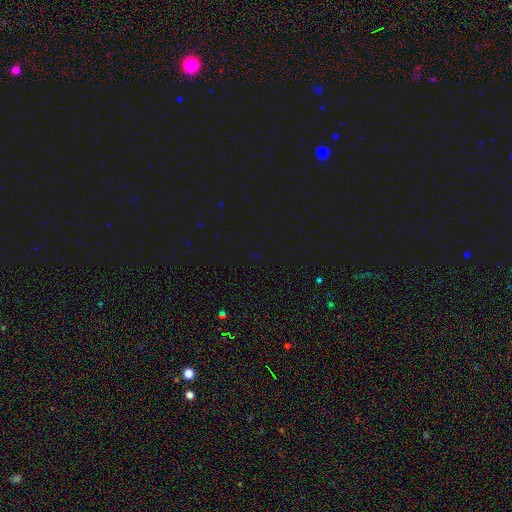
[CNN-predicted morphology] Q: Smooth or featured?
A: star or artifact (76%); runner-up: smooth (17%)